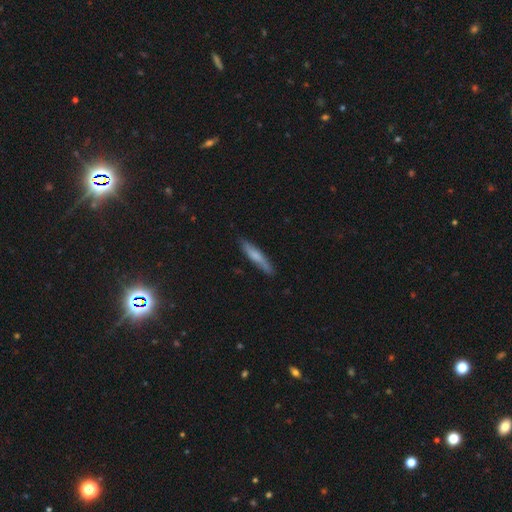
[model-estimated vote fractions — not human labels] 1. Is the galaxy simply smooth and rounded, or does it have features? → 65% smooth, 29% featured or disk, 6% star or artifact.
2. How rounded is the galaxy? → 90% cigar-shaped, 8% in between, 1% round.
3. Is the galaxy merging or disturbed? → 83% none, 13% minor disturbance, 2% major disturbance, 1% merger.